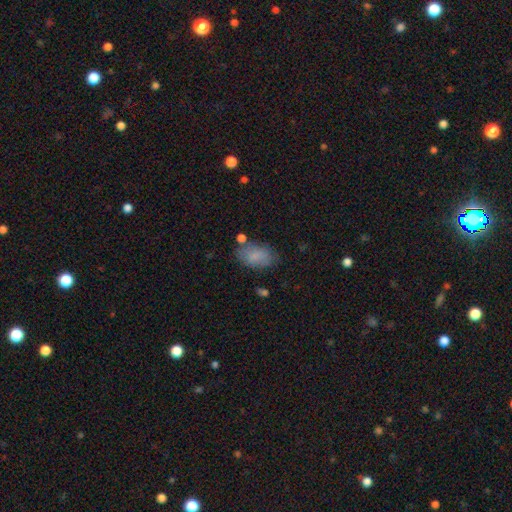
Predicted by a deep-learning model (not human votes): This appears to be a smooth galaxy with no disk features (79%) that is in between round and cigar-shaped (91%). Merging: none (65%).